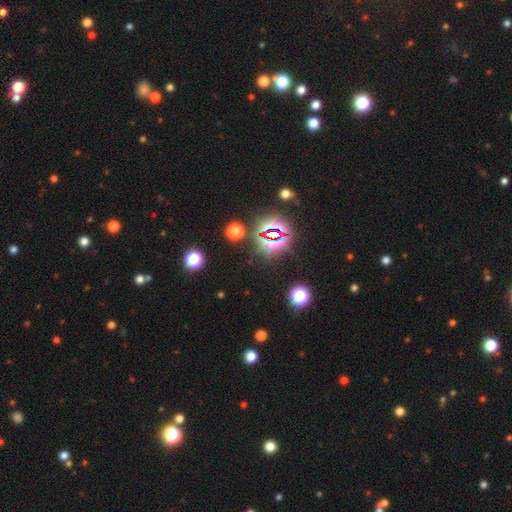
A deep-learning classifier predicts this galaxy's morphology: Overall: star or artifact (79%).